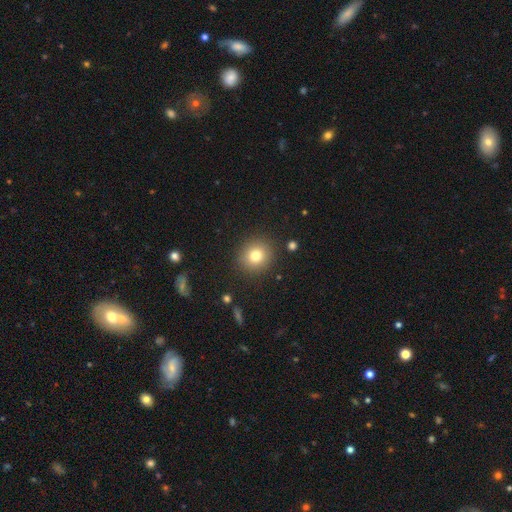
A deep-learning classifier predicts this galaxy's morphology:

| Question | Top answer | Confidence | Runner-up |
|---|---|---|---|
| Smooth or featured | smooth | 78% | star or artifact (13%) |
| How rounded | round | 87% | in between (12%) |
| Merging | none | 89% | minor disturbance (7%) |